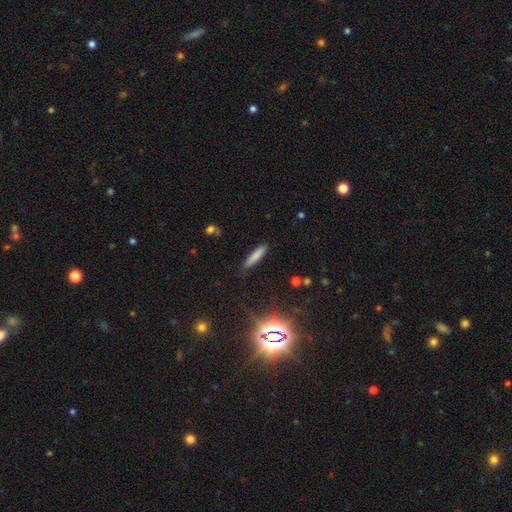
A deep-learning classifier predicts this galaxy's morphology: type=smooth (79%); roundness=cigar-shaped (86%); merging=none (87%).